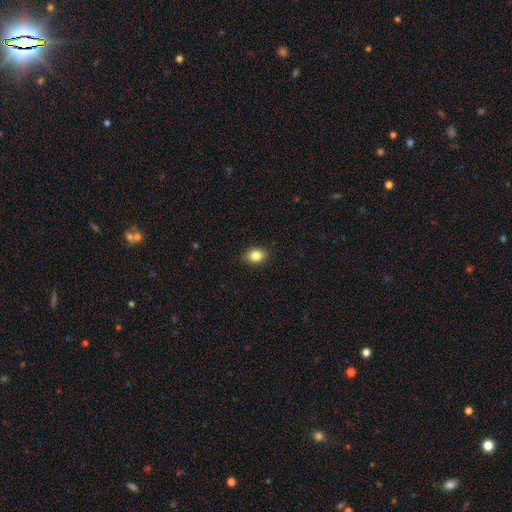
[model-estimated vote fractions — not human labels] Q: Smooth or featured?
A: smooth (84%); runner-up: star or artifact (9%)
Q: How rounded?
A: in between (68%); runner-up: round (31%)
Q: Merging?
A: none (88%); runner-up: minor disturbance (9%)